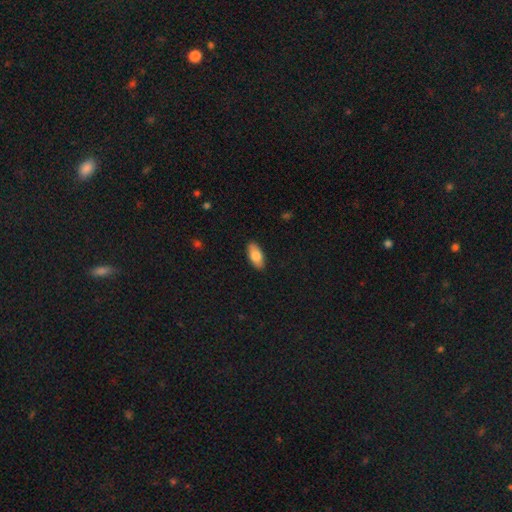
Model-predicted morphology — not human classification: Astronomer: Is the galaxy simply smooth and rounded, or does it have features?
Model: smooth — 78%.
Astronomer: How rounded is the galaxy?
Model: in between — 90%.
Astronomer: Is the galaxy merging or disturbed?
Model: none — 89%.